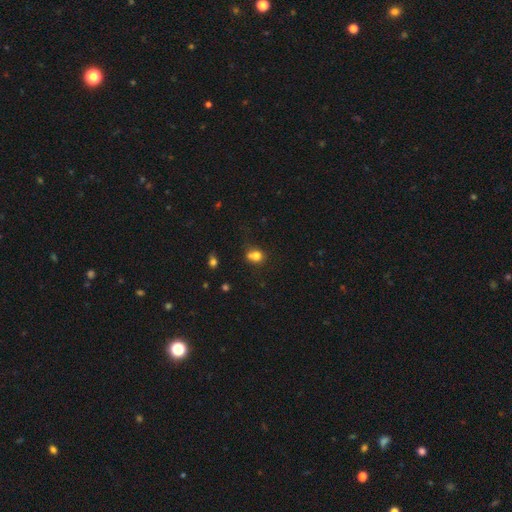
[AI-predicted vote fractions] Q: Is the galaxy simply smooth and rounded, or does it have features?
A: smooth — 75%.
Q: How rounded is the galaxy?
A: round — 64%.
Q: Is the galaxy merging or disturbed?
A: none — 40%.